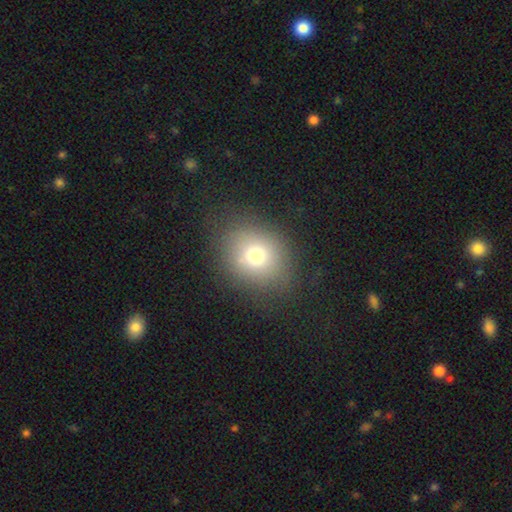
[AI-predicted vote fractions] Q: Smooth or featured?
A: smooth (73%); runner-up: star or artifact (15%)
Q: How rounded?
A: round (64%); runner-up: in between (35%)
Q: Merging?
A: none (80%); runner-up: minor disturbance (12%)